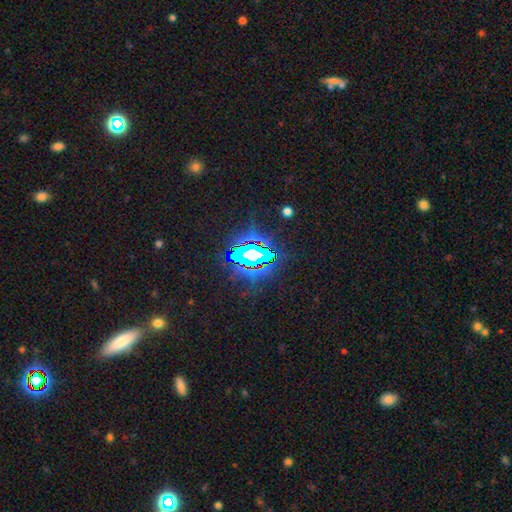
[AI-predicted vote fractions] The model was most divided on "smooth or featured": star or artifact: 73%, smooth: 13%, featured or disk: 13%.